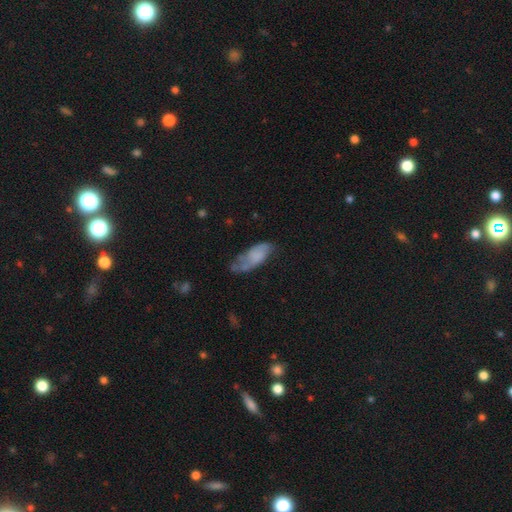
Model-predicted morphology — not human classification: smooth-or-featured: smooth: 53% | featured or disk: 38% | star or artifact: 9%
  how-rounded: in between: 79% | cigar-shaped: 18% | round: 3%
  merging: none: 39% | minor disturbance: 33% | major disturbance: 22% | merger: 5%